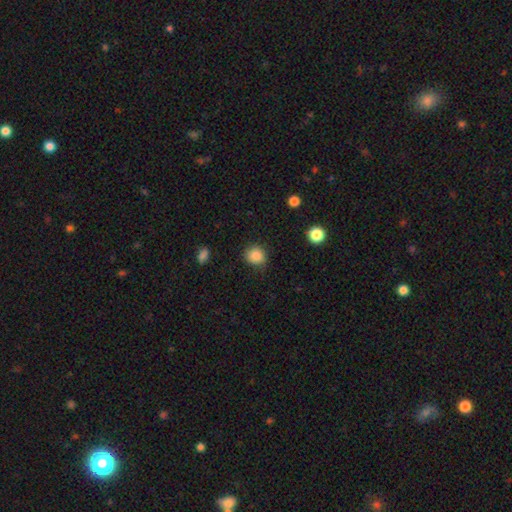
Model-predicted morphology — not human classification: Overall: smooth (85%). How rounded: round (84%). Merging: none (83%).